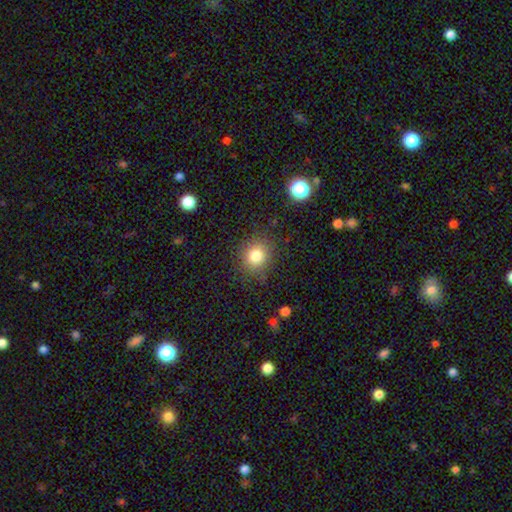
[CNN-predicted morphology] smooth 81%, star or artifact 12%, featured or disk 7%. Down the decision tree: how rounded — round (76%); merging — none (83%).